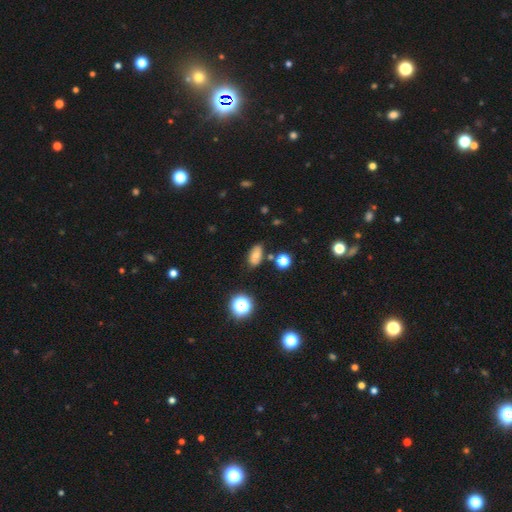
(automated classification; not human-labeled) Q: Smooth or featured?
A: smooth (72%); runner-up: star or artifact (15%)
Q: How rounded?
A: in between (86%); runner-up: round (10%)
Q: Merging?
A: none (77%); runner-up: minor disturbance (15%)